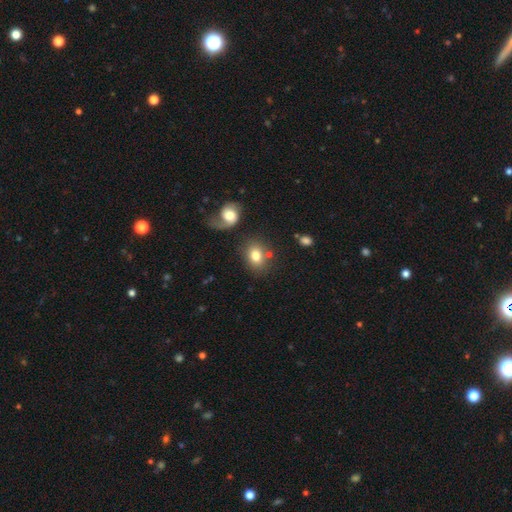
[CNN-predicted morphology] Overall: smooth (77%). How rounded: in between (51%; round 47%). Merging: none (68%).